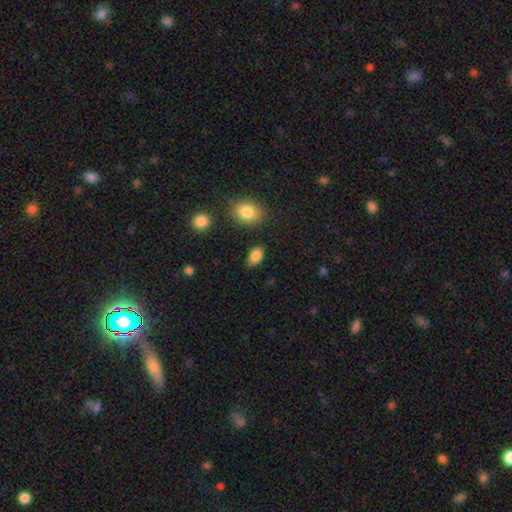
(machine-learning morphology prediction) This is clearly a smooth galaxy (86%). How rounded: clearly in between (88%). Merging: likely none (75%).